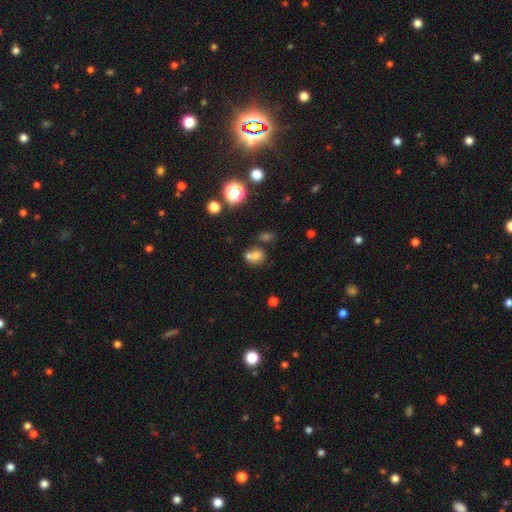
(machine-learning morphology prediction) Smooth or featured?
  - smooth: 67% *
  - star or artifact: 18%
  - featured or disk: 15%
How rounded?
  - round: 63% *
  - in between: 35%
  - cigar-shaped: 1%
Merging?
  - merger: 49% *
  - none: 37%
  - minor disturbance: 9%
  - major disturbance: 4%